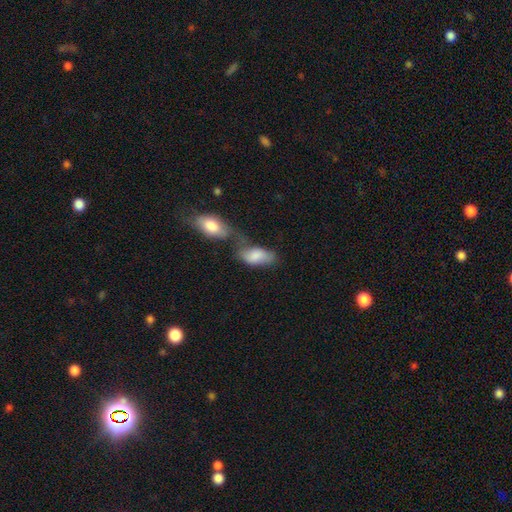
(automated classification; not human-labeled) The model was most divided on "merging": merger: 53%, none: 24%, minor disturbance: 14%, major disturbance: 10%. More confident: how rounded — in between (93%); smooth or featured — smooth (81%).